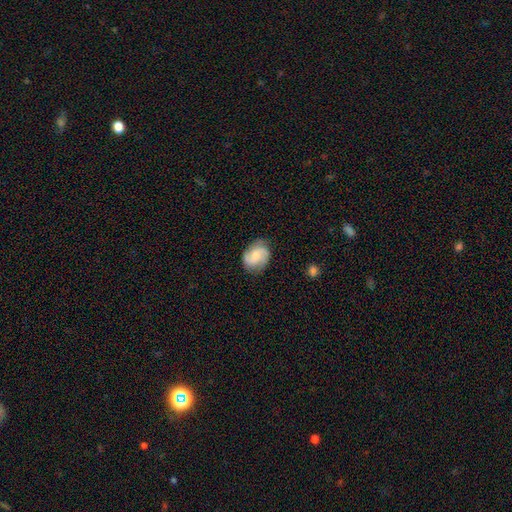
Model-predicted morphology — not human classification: smooth_or_featured: featured or disk (p=0.59) [alt: smooth p=0.34]
disk_edge_on: no (p=0.98) [alt: yes p=0.02]
bar: no (p=0.55) [alt: weak p=0.38]
has_spiral_arms: yes (p=0.94) [alt: no p=0.06]
spiral_winding: medium (p=0.48) [alt: loose p=0.27]
spiral_arm_count: 2 (p=0.64) [alt: 3 p=0.17]
bulge_size: moderate (p=0.40) [alt: small p=0.36]
merging: none (p=0.77) [alt: minor disturbance p=0.17]